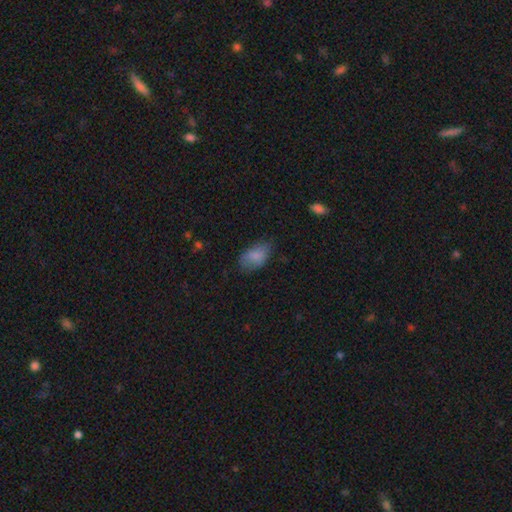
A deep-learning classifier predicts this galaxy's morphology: Smooth or featured? smooth (82%)
How rounded? in between (92%)
Merging? none (61%)